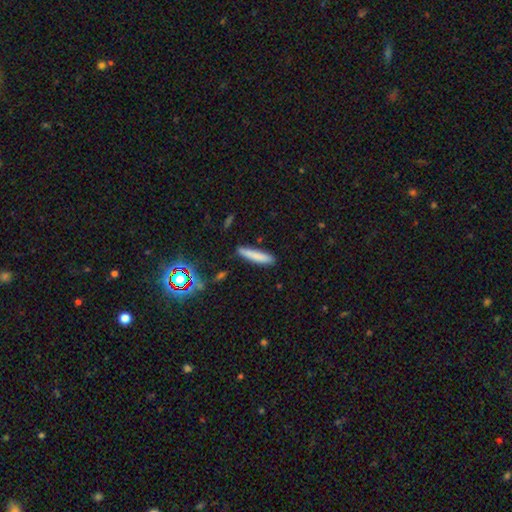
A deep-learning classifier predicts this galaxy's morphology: Smooth or featured? Predicted: smooth (p=0.81). How rounded? Predicted: cigar-shaped (p=0.87). Merging? Predicted: none (p=0.85).